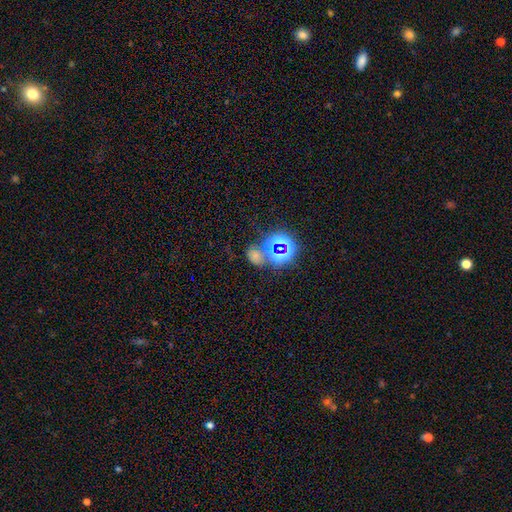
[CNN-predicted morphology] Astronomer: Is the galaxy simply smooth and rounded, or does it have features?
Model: star or artifact — 46% (runner-up: smooth, 45%).